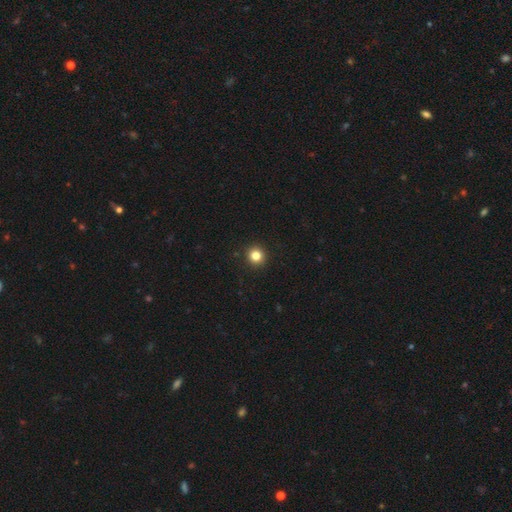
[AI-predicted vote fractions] Smooth or featured: smooth — 83% (star or artifact — 12%)
How rounded: round — 94% (in between — 5%)
Merging: none — 93% (minor disturbance — 4%)